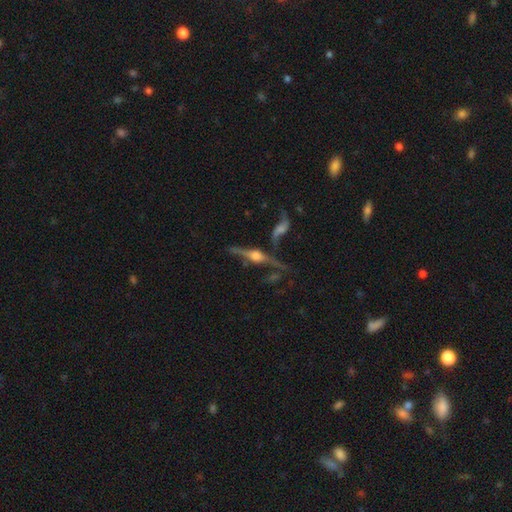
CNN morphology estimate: Q: Smooth or featured?
A: featured or disk (79%); runner-up: smooth (12%)
Q: Edge-on disk?
A: yes (88%); runner-up: no (12%)
Q: Edge-on bulge?
A: rounded (90%); runner-up: boxy (6%)
Q: Merging?
A: none (56%); runner-up: merger (17%)